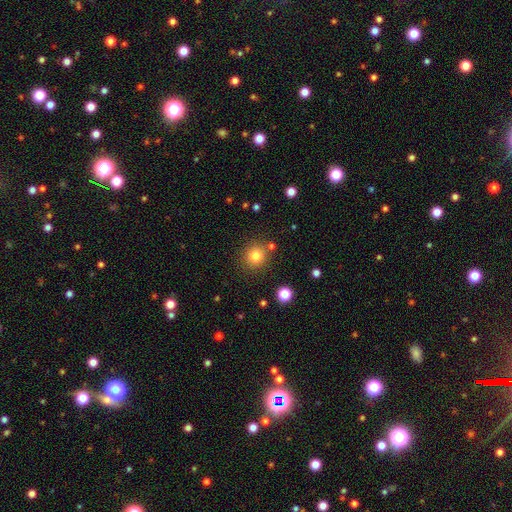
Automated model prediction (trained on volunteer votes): The model was most divided on "smooth or featured": smooth: 80%, star or artifact: 13%, featured or disk: 7%. More confident: how rounded — round (90%); merging — none (84%).